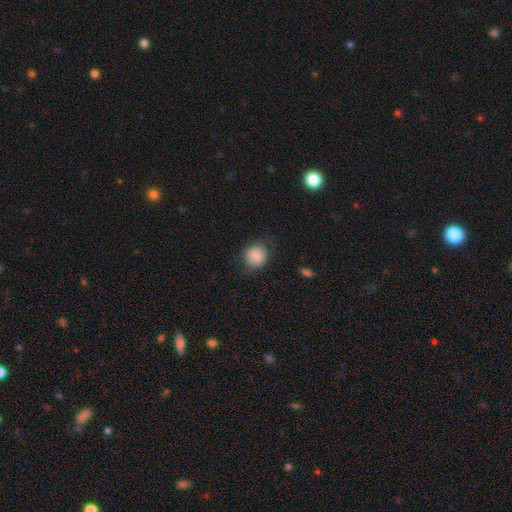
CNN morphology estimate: smooth 85%, star or artifact 8%, featured or disk 7%. Down the decision tree: how rounded — round (81%); merging — none (77%).